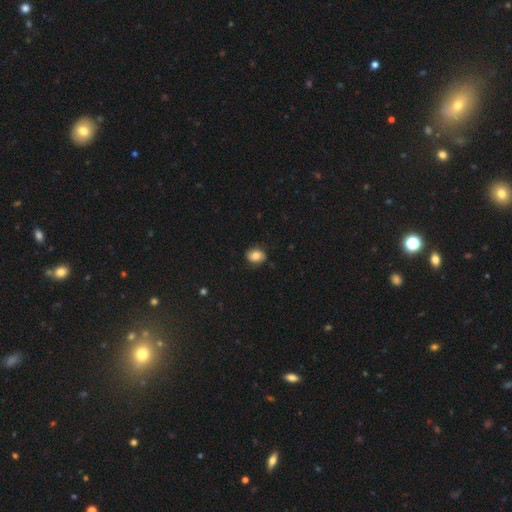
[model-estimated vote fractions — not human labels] Smooth or featured? Predicted: smooth (p=0.73). How rounded? Predicted: in between (p=0.58). Merging? Predicted: none (p=0.82).